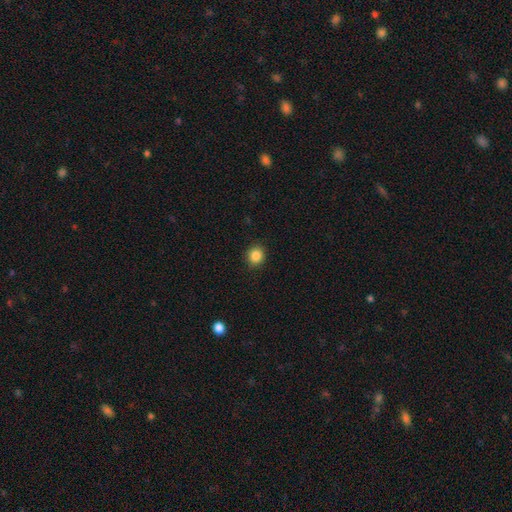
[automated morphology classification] This appears to be a smooth galaxy with no disk features (86%) that is round (88%). Merging: none (91%).